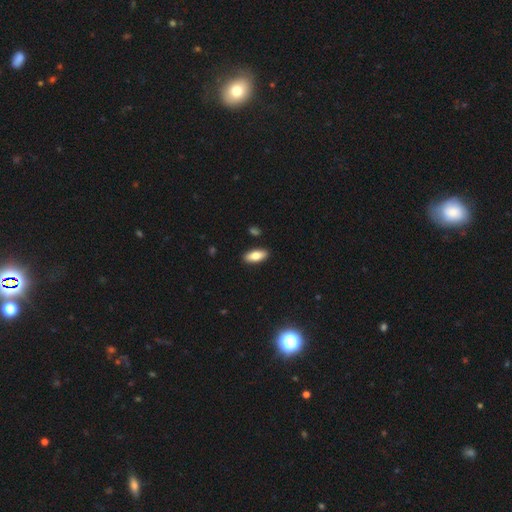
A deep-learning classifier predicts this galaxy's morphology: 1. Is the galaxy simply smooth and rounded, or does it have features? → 80% smooth, 14% featured or disk, 7% star or artifact.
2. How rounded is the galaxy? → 82% in between, 16% cigar-shaped, 2% round.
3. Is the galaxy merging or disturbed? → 89% none, 8% minor disturbance, 2% major disturbance, 2% merger.